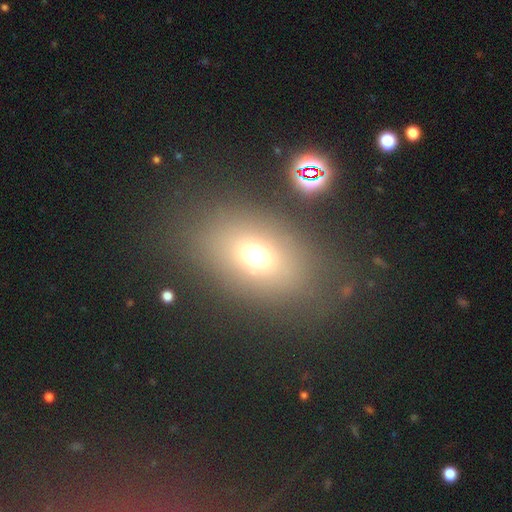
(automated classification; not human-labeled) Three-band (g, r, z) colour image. It shows a smooth galaxy with no disk features (66%) that is in between round and cigar-shaped (69%). Merging: none (76%).